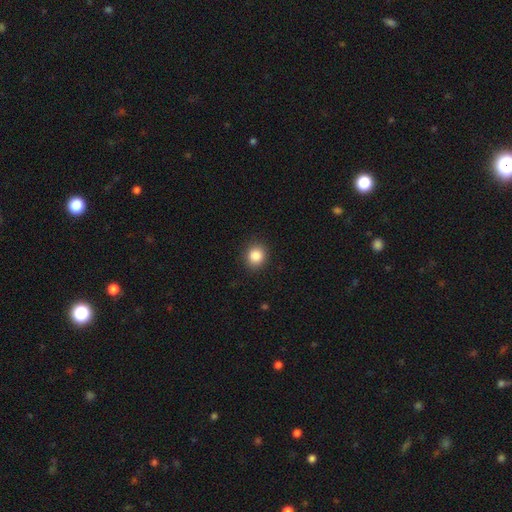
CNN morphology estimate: Overall: smooth (86%). How rounded: round (80%). Merging: none (88%).